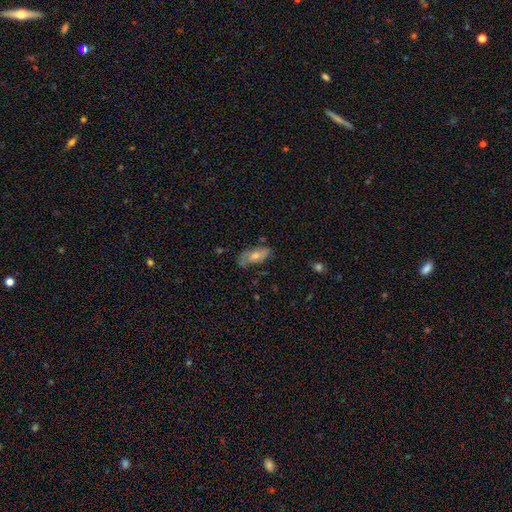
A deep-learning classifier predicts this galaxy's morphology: type=smooth (48%); merging=none (67%).